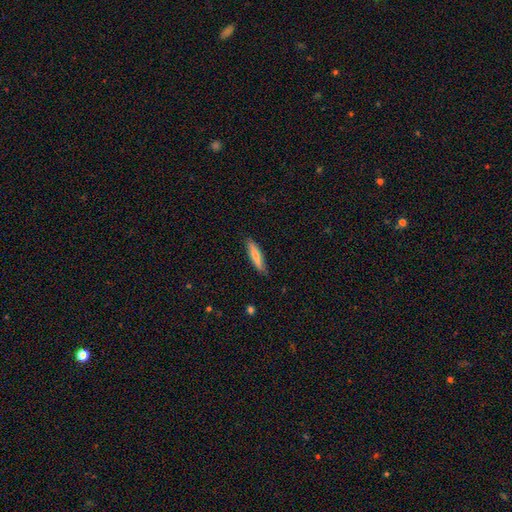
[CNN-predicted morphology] smooth-or-featured: smooth: 76% | featured or disk: 18% | star or artifact: 6%
  how-rounded: cigar-shaped: 83% | in between: 16% | round: 1%
  merging: none: 85% | minor disturbance: 12% | major disturbance: 2% | merger: 1%